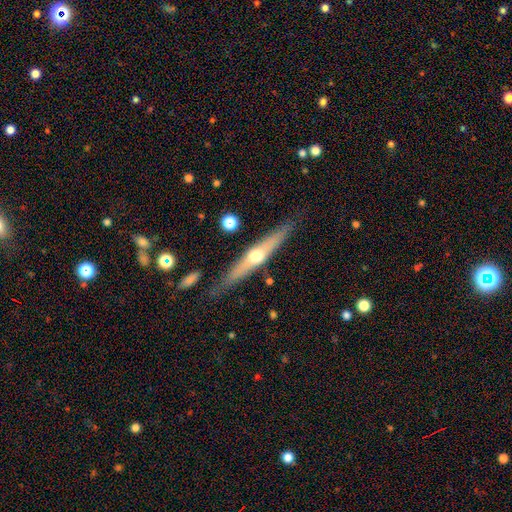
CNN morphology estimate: Overall: featured or disk (64%; smooth 30%). Edge-on disk: yes (94%). Edge-on bulge: rounded (92%). Merging: none (83%).